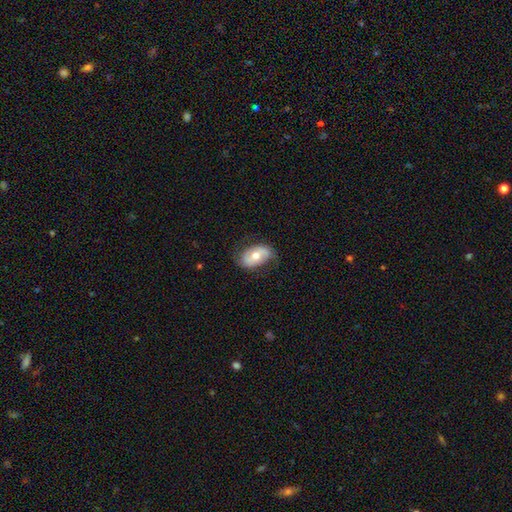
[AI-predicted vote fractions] Overall: smooth (48%; featured or disk 45%). Merging: none (69%).